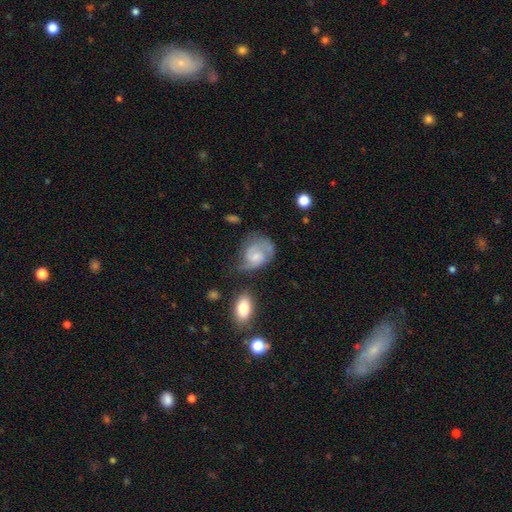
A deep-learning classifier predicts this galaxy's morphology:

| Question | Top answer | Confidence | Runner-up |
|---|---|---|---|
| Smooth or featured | featured or disk | 66% | smooth (26%) |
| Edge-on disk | no | 97% | yes (3%) |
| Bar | no | 59% | weak (36%) |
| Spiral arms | yes | 89% | no (11%) |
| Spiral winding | medium | 47% | tight (33%) |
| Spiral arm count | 2 | 68% | can't tell (13%) |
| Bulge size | small | 48% | moderate (30%) |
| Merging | none | 45% | minor disturbance (27%) |